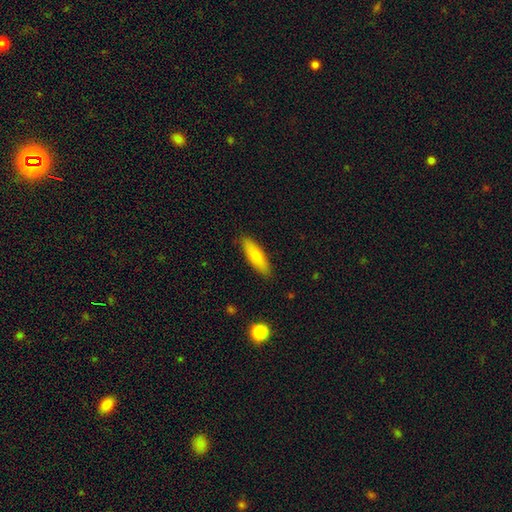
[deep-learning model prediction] Smooth or featured? Predicted: smooth (p=0.75). How rounded? Predicted: cigar-shaped (p=0.52). Merging? Predicted: none (p=0.87).